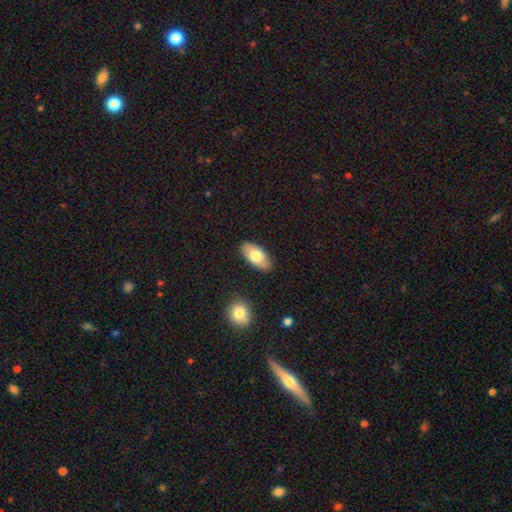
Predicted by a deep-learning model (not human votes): smooth 74%, featured or disk 20%, star or artifact 6%. Down the decision tree: how rounded — in between (92%); merging — none (87%).